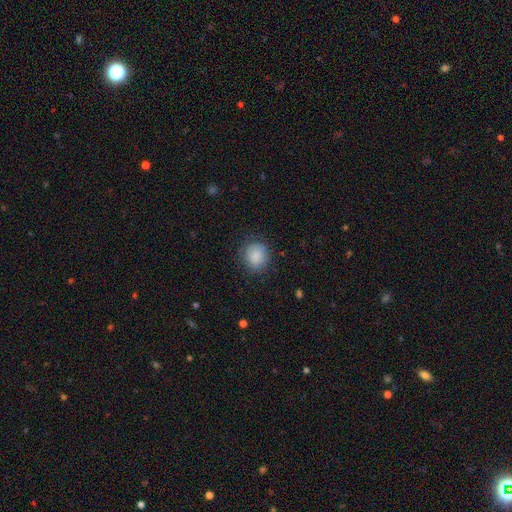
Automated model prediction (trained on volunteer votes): smooth_or_featured: smooth (p=0.87) [alt: star or artifact p=0.08]
how_rounded: round (p=0.85) [alt: in between p=0.15]
merging: none (p=0.82) [alt: minor disturbance p=0.13]